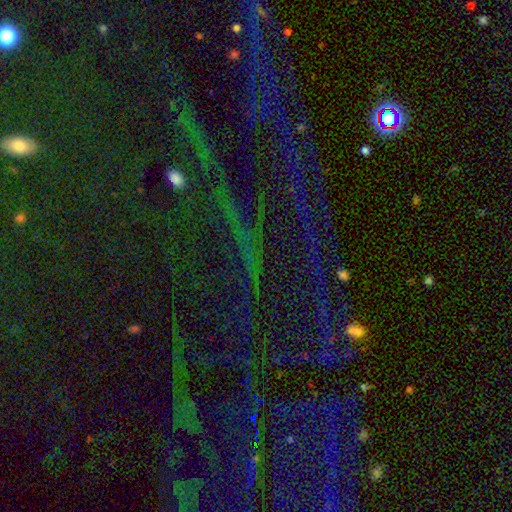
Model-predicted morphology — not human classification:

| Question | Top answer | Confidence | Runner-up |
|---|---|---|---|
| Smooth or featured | star or artifact | 78% | featured or disk (11%) |